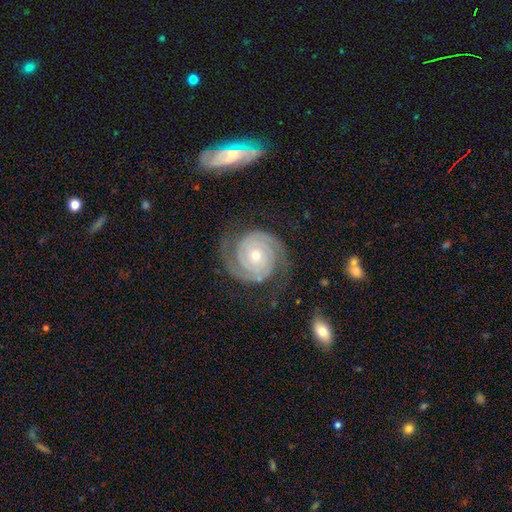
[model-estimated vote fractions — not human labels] Q: Smooth or featured?
A: featured or disk (91%); runner-up: star or artifact (5%)
Q: Edge-on disk?
A: no (98%); runner-up: yes (2%)
Q: Bar?
A: no (77%); runner-up: weak (16%)
Q: Spiral arms?
A: yes (98%); runner-up: no (2%)
Q: Spiral winding?
A: tight (76%); runner-up: medium (20%)
Q: Spiral arm count?
A: 2 (88%); runner-up: 3 (5%)
Q: Bulge size?
A: small (54%); runner-up: moderate (43%)
Q: Merging?
A: none (79%); runner-up: minor disturbance (13%)